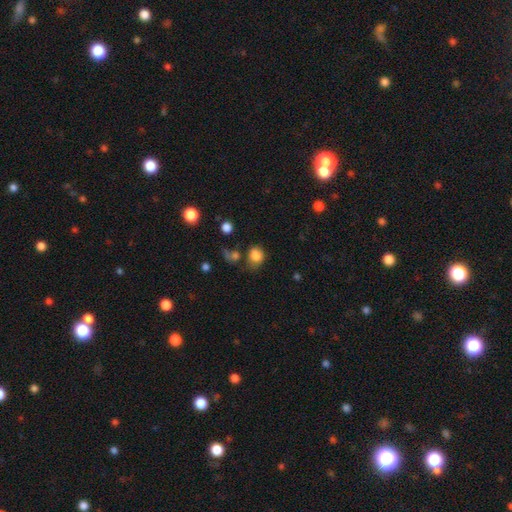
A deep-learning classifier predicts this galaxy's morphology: smooth-or-featured: smooth: 81% | star or artifact: 11% | featured or disk: 8%
  how-rounded: round: 60% | in between: 38% | cigar-shaped: 1%
  merging: none: 52% | minor disturbance: 23% | major disturbance: 13% | merger: 12%